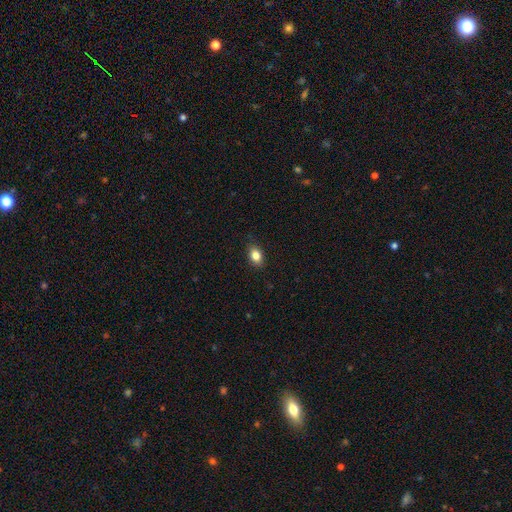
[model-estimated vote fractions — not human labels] Smooth or featured: smooth — 83% (star or artifact — 9%)
How rounded: in between — 80% (round — 19%)
Merging: none — 87% (minor disturbance — 10%)